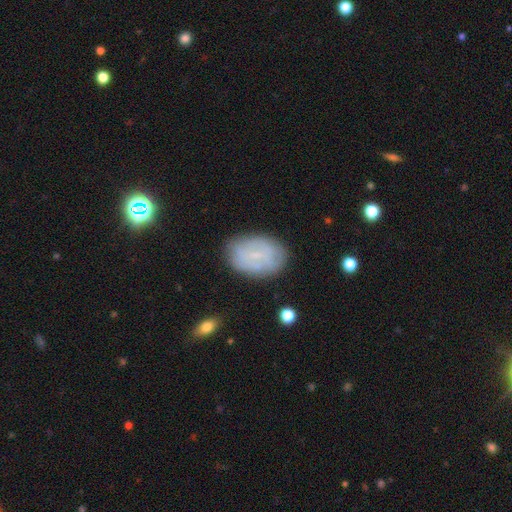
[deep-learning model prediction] A featured or disk galaxy (47%).

Vote fractions:
- Smooth or featured? featured or disk: 47% / smooth: 44% / star or artifact: 10%
- Merging? none: 78% / minor disturbance: 16% / major disturbance: 5% / merger: 2%